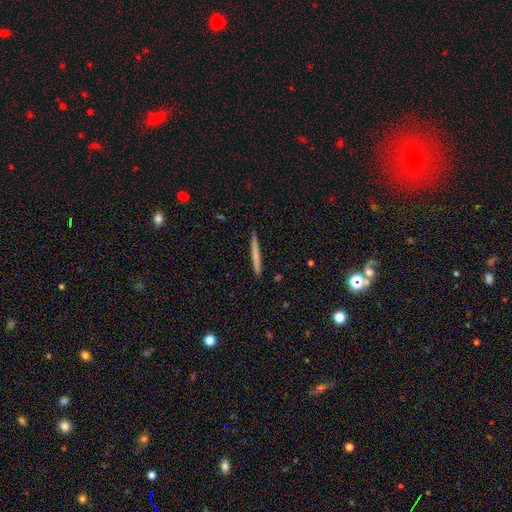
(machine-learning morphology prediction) smooth_or_featured: smooth (p=0.64) [alt: featured or disk p=0.30]
how_rounded: cigar-shaped (p=0.97) [alt: in between p=0.02]
merging: none (p=0.90) [alt: minor disturbance p=0.07]